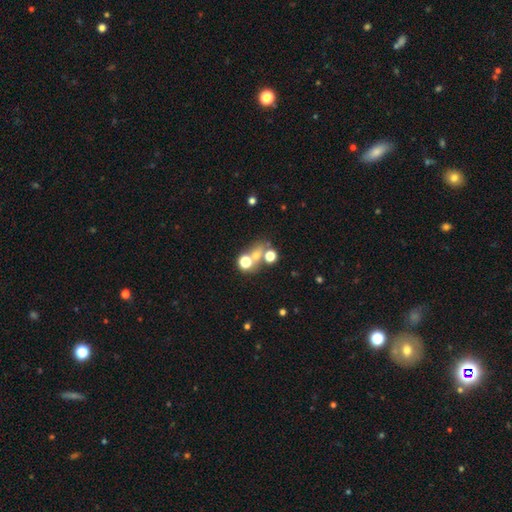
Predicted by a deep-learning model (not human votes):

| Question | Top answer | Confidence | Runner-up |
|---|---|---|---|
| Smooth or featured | smooth | 54% | star or artifact (30%) |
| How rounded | round | 71% | in between (27%) |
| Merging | none | 46% | merger (39%) |